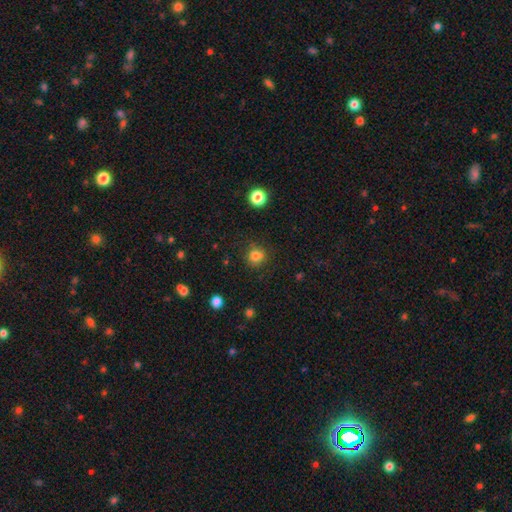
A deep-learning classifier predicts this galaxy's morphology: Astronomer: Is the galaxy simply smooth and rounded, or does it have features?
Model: smooth — 80%.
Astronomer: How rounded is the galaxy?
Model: round — 89%.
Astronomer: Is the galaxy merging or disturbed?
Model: none — 79%.